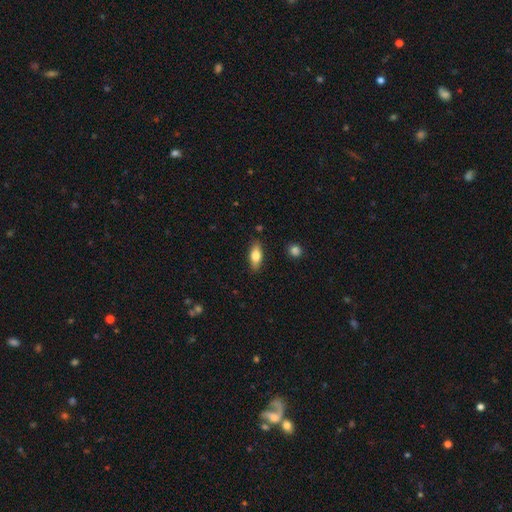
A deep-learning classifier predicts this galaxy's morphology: The model was most divided on "smooth or featured": smooth: 73%, featured or disk: 20%, star or artifact: 7%. More confident: merging — none (84%); how rounded — in between (76%).